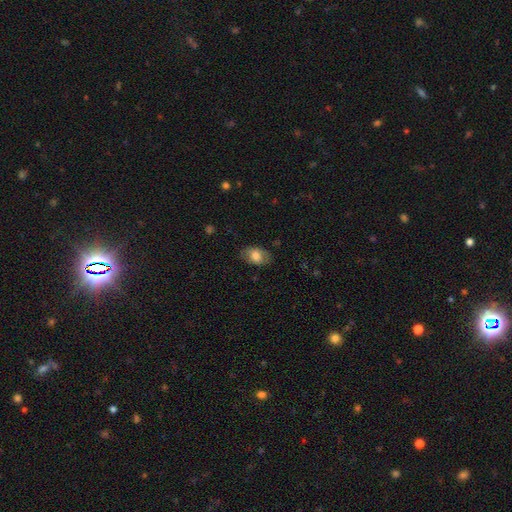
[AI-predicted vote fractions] A smooth galaxy with no disk features (70%) that is in between round and cigar-shaped (89%).

Vote fractions:
- Smooth or featured? smooth: 70% / featured or disk: 23% / star or artifact: 7%
- How rounded? in between: 89% / round: 10% / cigar-shaped: 1%
- Merging? none: 79% / minor disturbance: 16% / major disturbance: 4% / merger: 1%